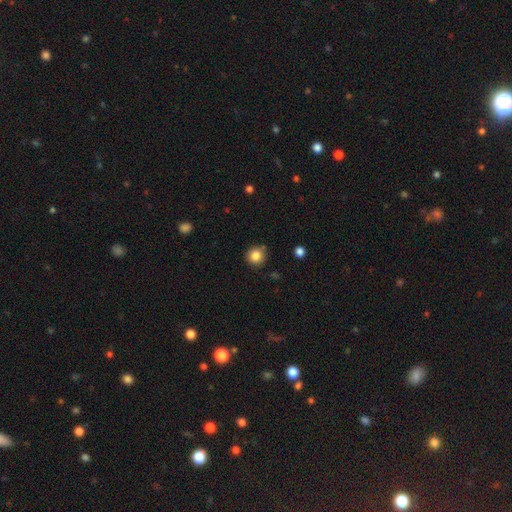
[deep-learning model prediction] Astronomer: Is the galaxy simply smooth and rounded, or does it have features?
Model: smooth — 83%.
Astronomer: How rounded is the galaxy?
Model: round — 92%.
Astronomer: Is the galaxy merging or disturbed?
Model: none — 83%.